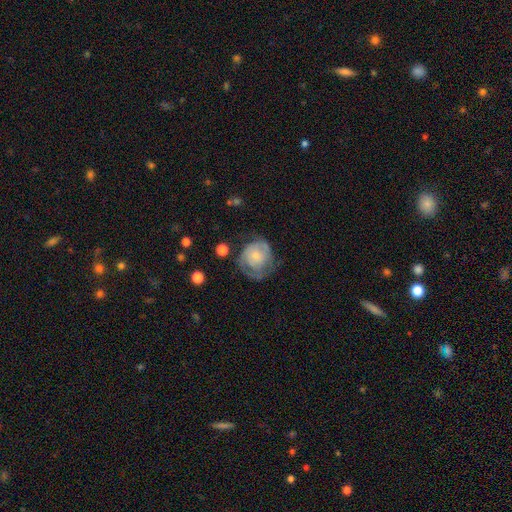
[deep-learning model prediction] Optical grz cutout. It shows a featured or disk galaxy (49%). Merging: none (41%).